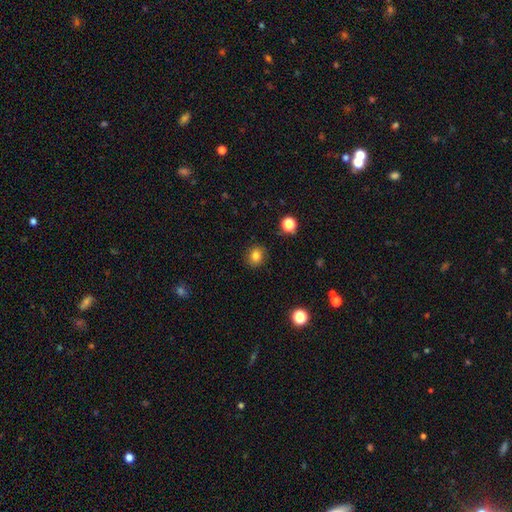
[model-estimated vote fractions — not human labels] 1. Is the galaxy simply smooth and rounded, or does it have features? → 81% smooth, 12% star or artifact, 6% featured or disk.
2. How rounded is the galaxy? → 76% round, 23% in between, 1% cigar-shaped.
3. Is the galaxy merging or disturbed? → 88% none, 8% minor disturbance, 2% major disturbance, 1% merger.